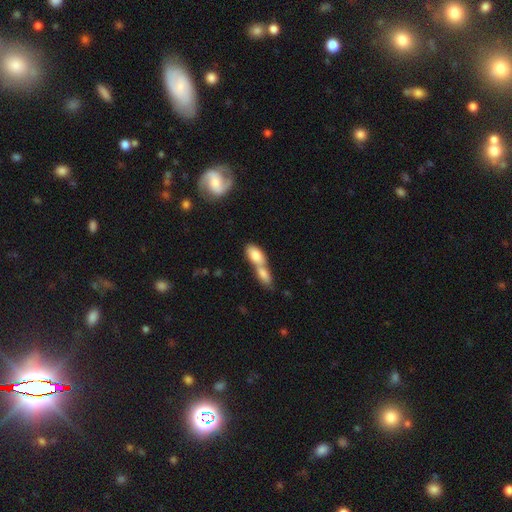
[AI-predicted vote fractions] Morphology: type=smooth (77%); roundness=in between (84%); merging=merger (75%).